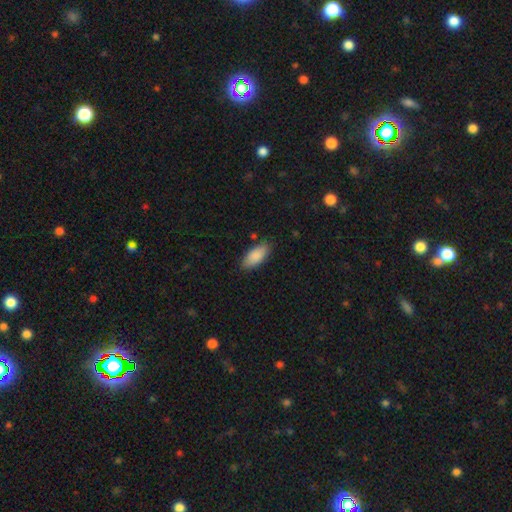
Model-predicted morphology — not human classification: smooth_or_featured: smooth (p=0.88) [alt: star or artifact p=0.06]
how_rounded: in between (p=0.86) [alt: cigar-shaped p=0.13]
merging: none (p=0.83) [alt: minor disturbance p=0.12]